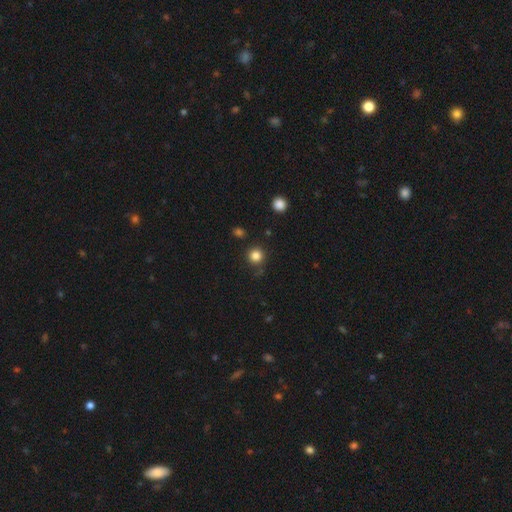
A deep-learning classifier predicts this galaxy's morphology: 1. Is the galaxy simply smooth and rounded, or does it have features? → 83% smooth, 13% star or artifact, 4% featured or disk.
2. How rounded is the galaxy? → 93% round, 6% in between, 1% cigar-shaped.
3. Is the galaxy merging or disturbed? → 84% none, 10% minor disturbance, 3% merger, 3% major disturbance.